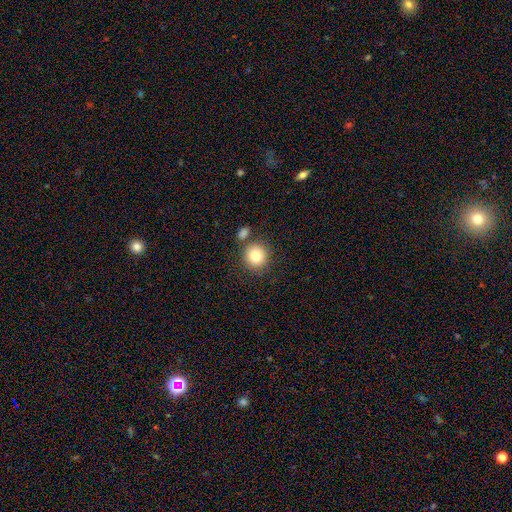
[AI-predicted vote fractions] Smooth or featured: smooth — 83% (star or artifact — 10%)
How rounded: round — 92% (in between — 7%)
Merging: none — 76% (merger — 13%)